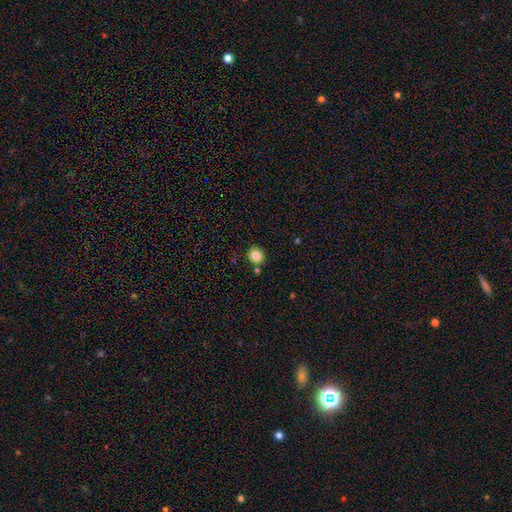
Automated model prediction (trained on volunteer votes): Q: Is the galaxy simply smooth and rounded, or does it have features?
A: smooth — 84%.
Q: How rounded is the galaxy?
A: round — 85%.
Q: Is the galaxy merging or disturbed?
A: none — 85%.